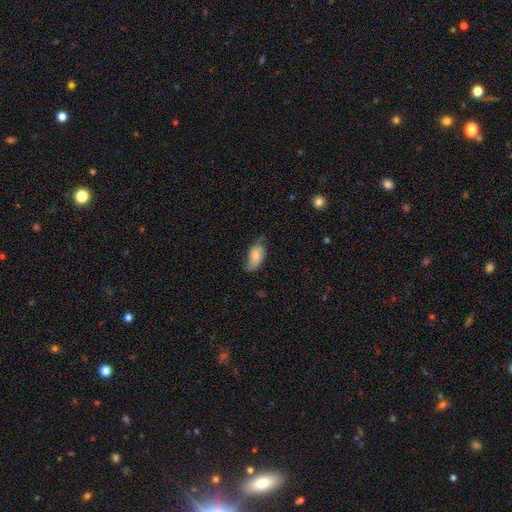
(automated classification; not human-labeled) Morphology: type=smooth (66%); roundness=in between (92%); merging=none (57%).